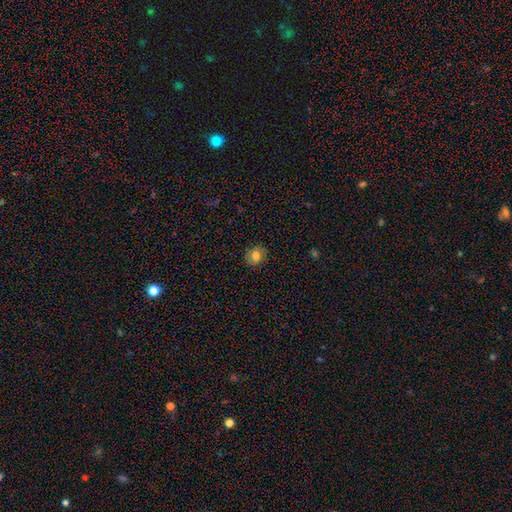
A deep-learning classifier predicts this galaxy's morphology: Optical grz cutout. It shows a smooth galaxy with no disk features (80%) that is round (63%). Merging: none (86%).